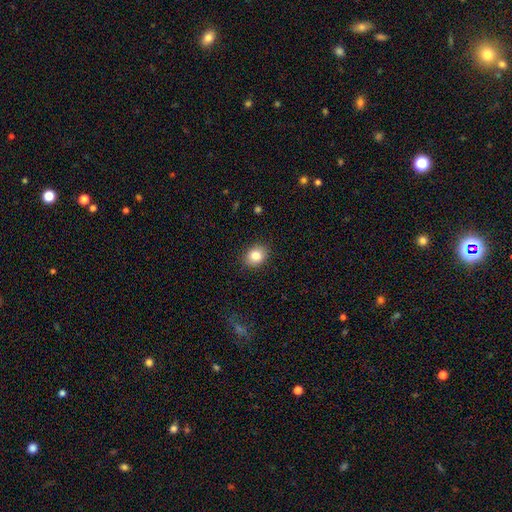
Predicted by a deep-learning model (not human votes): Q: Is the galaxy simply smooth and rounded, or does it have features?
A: smooth — 83%.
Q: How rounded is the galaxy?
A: round — 56%.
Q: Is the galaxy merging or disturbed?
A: none — 88%.